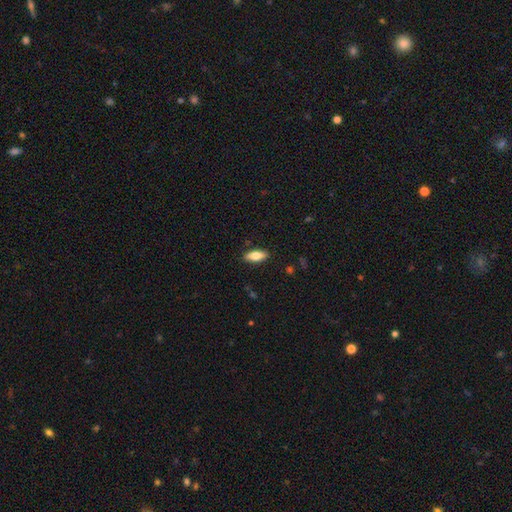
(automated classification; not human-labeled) Overall: smooth (71%). How rounded: in between (76%). Merging: none (88%).